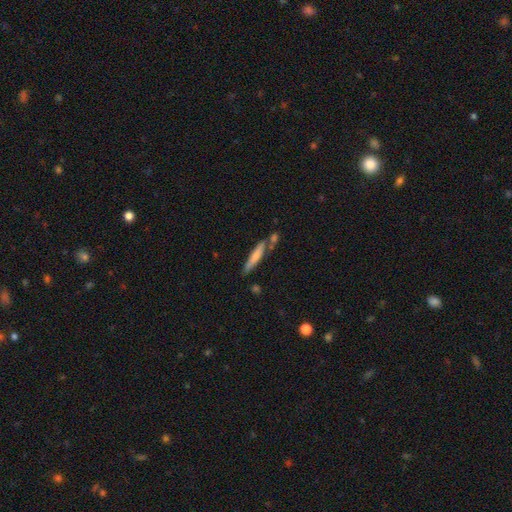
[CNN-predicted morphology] type=smooth (63%); roundness=cigar-shaped (91%); merging=none (67%).